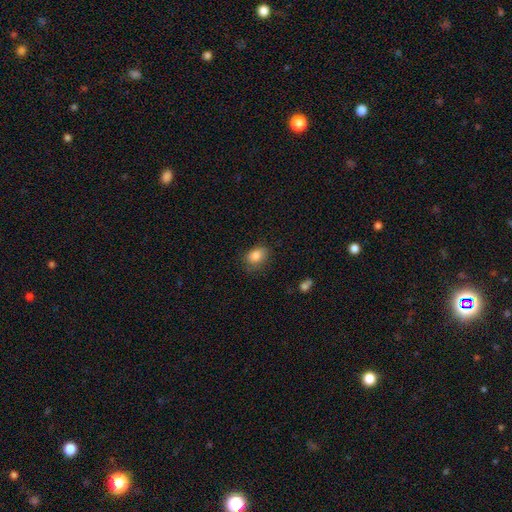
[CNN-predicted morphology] Smooth or featured: smooth — 85% (star or artifact — 9%)
How rounded: in between — 70% (round — 29%)
Merging: none — 73% (minor disturbance — 20%)